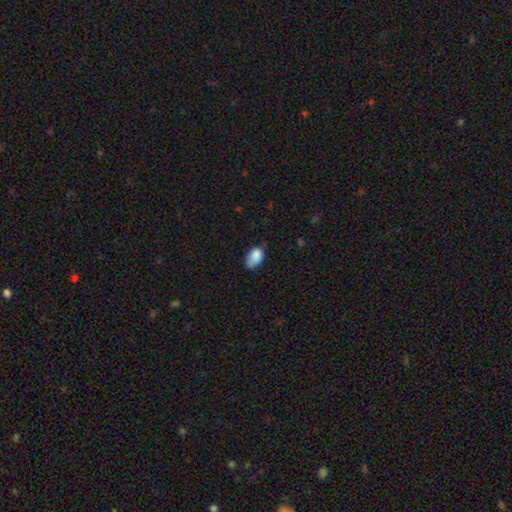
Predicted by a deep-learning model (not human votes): Smooth or featured: smooth — 85% (star or artifact — 9%)
How rounded: in between — 86% (round — 12%)
Merging: minor disturbance — 45% (none — 41%)